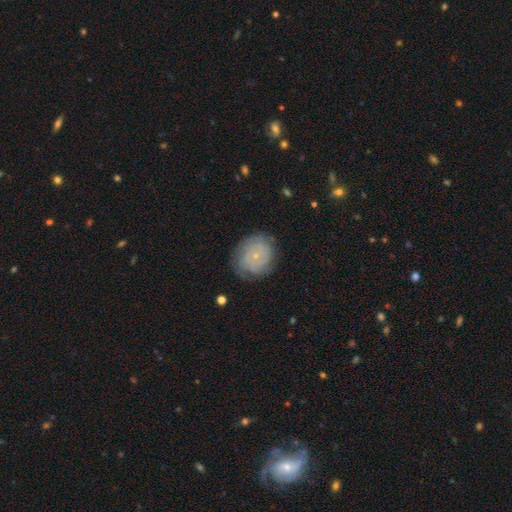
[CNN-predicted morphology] Smooth or featured? Predicted: featured or disk (p=0.59). Edge-on disk? Predicted: no (p=0.97). Bar? Predicted: no (p=0.83). Spiral arms? Predicted: yes (p=0.82). Bulge size? Predicted: small (p=0.83). Merging? Predicted: none (p=0.72).